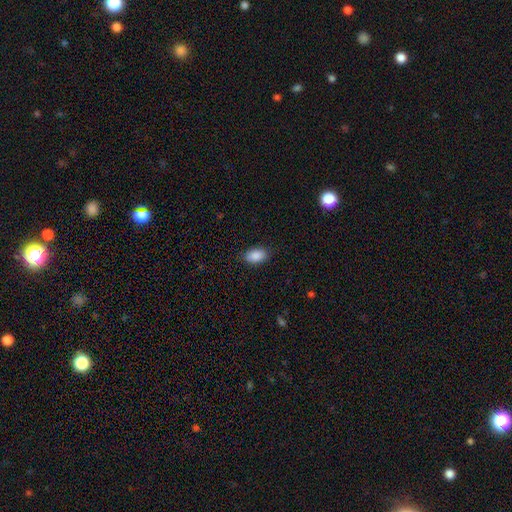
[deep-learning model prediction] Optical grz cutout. It shows a smooth galaxy with no disk features (89%) that is in between round and cigar-shaped (92%). Merging: none (86%).